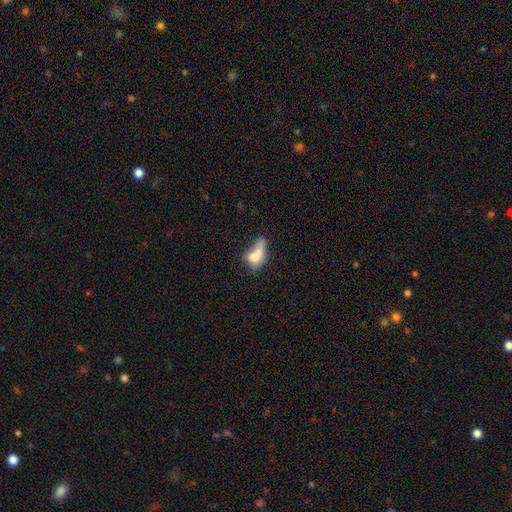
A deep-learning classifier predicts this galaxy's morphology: A smooth galaxy with no disk features (65%) that is in between round and cigar-shaped (75%). Merging: merger (36%).